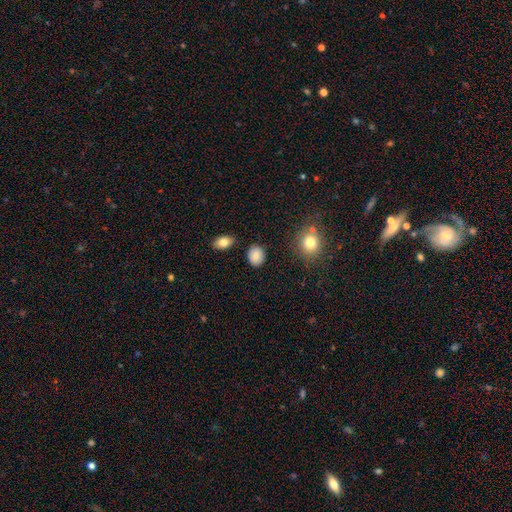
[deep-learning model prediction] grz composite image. It shows a smooth galaxy with no disk features (84%) that is round (54%). Merging: none (86%).